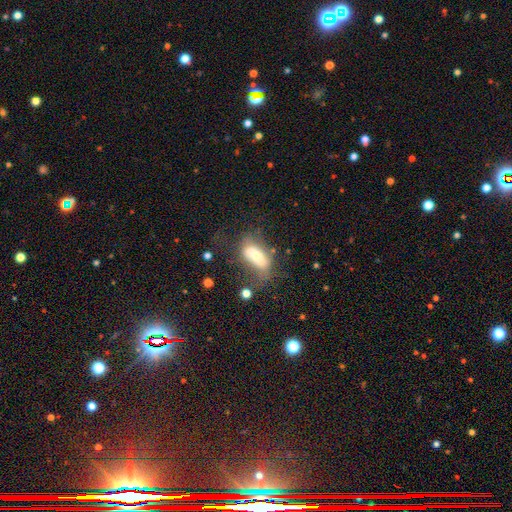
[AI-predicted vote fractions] Overall: smooth (55%; featured or disk 36%). How rounded: in between (81%). Merging: major disturbance (33%, tied with none).